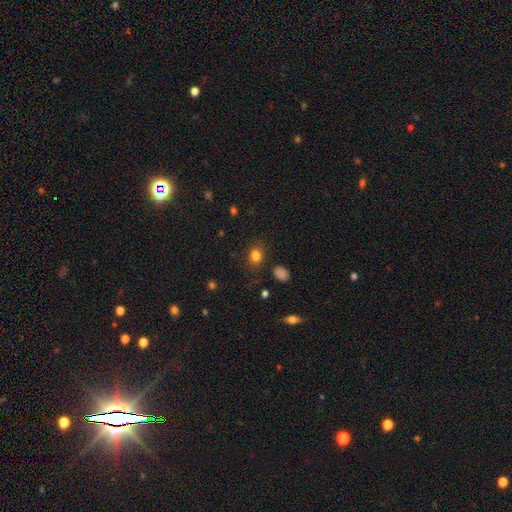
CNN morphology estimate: smooth_or_featured: smooth (p=0.81) [alt: star or artifact p=0.13]
how_rounded: round (p=0.54) [alt: in between p=0.45]
merging: none (p=0.80) [alt: minor disturbance p=0.14]